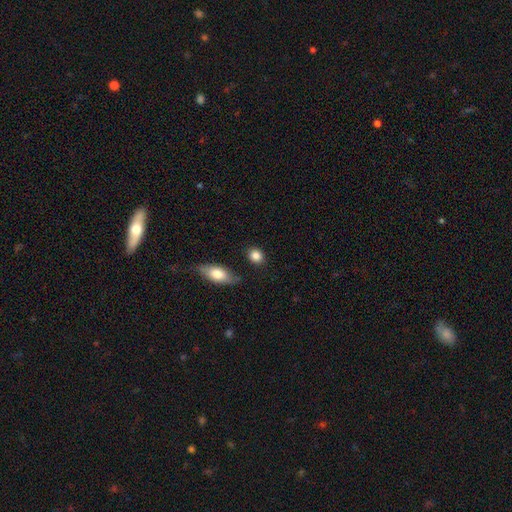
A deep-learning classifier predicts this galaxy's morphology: The model was most divided on "how rounded": round: 68%, in between: 30%, cigar-shaped: 2%. More confident: smooth or featured — smooth (86%); merging — none (83%).